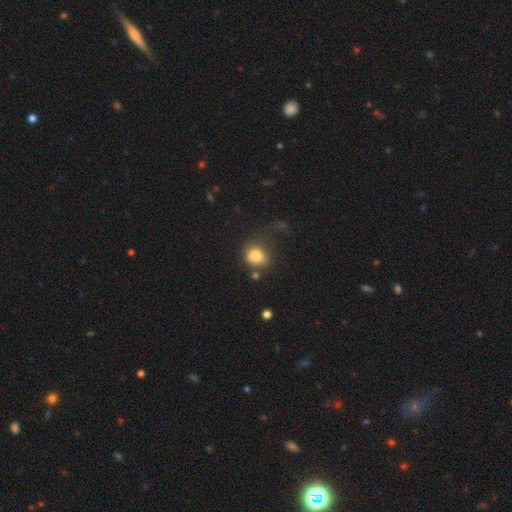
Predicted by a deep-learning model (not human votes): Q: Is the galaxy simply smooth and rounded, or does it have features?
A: smooth — 81%.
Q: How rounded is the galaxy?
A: round — 53%.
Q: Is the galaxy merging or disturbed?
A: none — 44%.